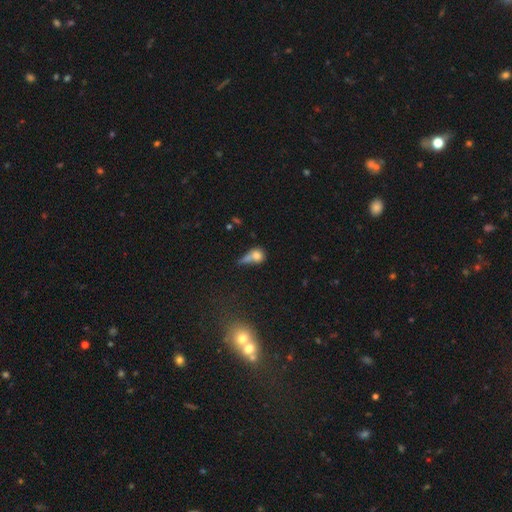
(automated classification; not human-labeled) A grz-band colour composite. It shows a smooth galaxy with no disk features (69%) that is round (54%). Merging: merger (35%).